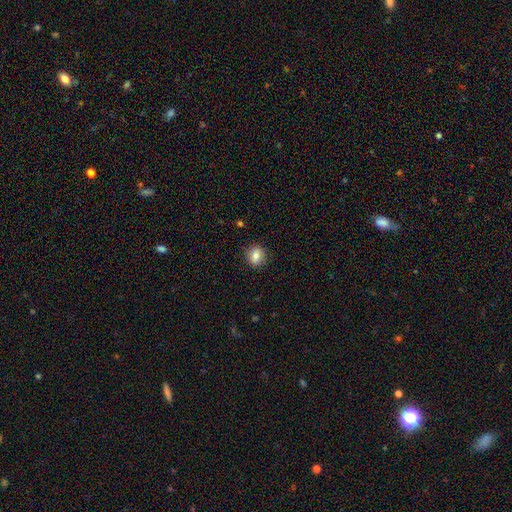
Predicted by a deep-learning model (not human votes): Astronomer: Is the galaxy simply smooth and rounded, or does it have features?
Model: smooth — 79%.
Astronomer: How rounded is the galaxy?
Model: round — 66%.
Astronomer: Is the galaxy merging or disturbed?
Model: none — 88%.